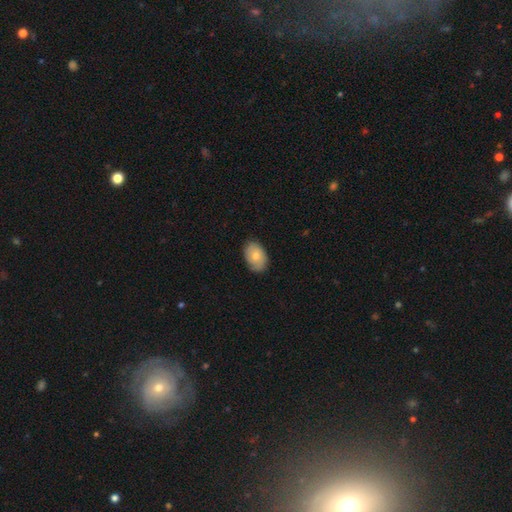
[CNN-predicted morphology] The model was most divided on "smooth or featured": smooth: 72%, featured or disk: 21%, star or artifact: 6%. More confident: how rounded — in between (86%); merging — none (80%).